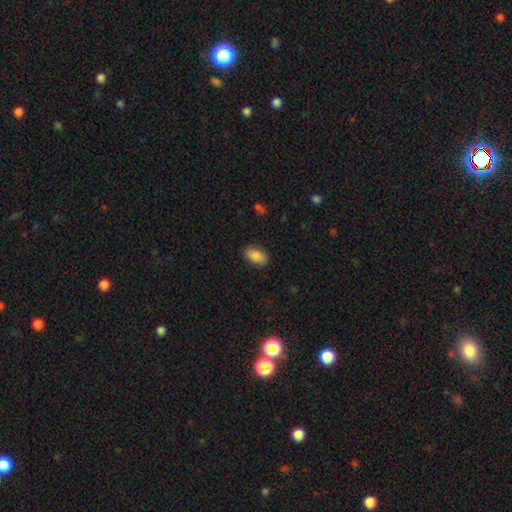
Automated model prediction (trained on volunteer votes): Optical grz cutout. It shows a smooth galaxy with no disk features (86%) that is in between round and cigar-shaped (93%). Merging: none (88%).